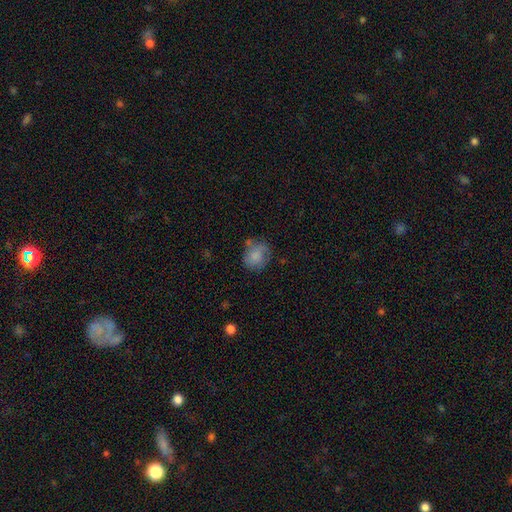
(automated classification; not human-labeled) smooth-or-featured: smooth: 74% | featured or disk: 18% | star or artifact: 8%
  how-rounded: round: 72% | in between: 27% | cigar-shaped: 1%
  merging: none: 63% | minor disturbance: 23% | major disturbance: 9% | merger: 6%